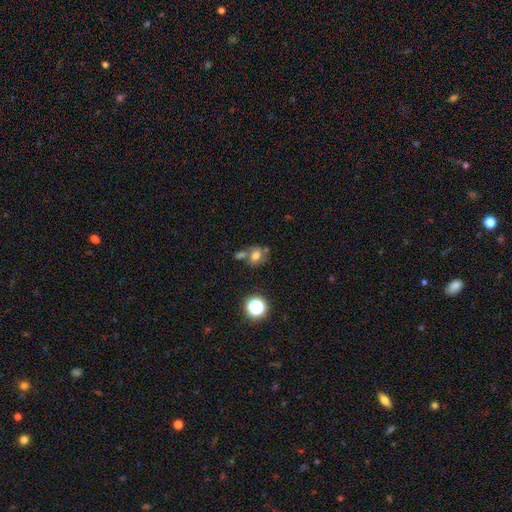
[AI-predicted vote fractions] Smooth or featured: smooth — 63% (featured or disk — 20%)
How rounded: round — 51% (in between — 47%)
Merging: none — 47% (merger — 31%)